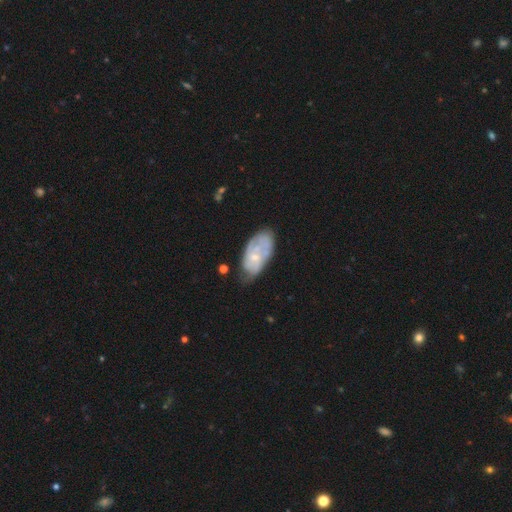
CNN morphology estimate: Q: Smooth or featured?
A: featured or disk (60%); runner-up: smooth (33%)
Q: Edge-on disk?
A: no (94%); runner-up: yes (6%)
Q: Bar?
A: no (78%); runner-up: weak (19%)
Q: Spiral arms?
A: yes (60%); runner-up: no (40%)
Q: Bulge size?
A: small (67%); runner-up: moderate (26%)
Q: Merging?
A: none (50%); runner-up: minor disturbance (32%)